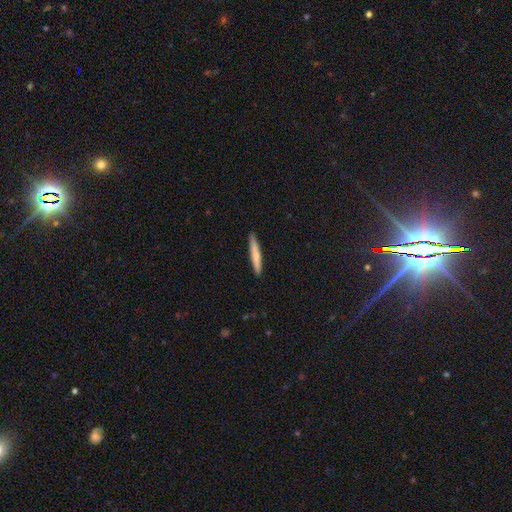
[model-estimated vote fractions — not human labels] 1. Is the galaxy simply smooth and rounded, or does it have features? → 68% smooth, 26% featured or disk, 5% star or artifact.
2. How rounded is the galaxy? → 95% cigar-shaped, 4% in between, 1% round.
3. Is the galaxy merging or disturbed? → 91% none, 7% minor disturbance, 1% major disturbance, 1% merger.